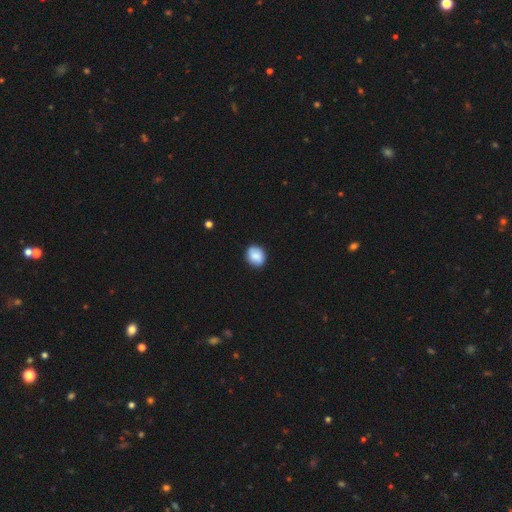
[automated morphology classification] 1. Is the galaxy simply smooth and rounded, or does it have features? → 83% smooth, 9% featured or disk, 7% star or artifact.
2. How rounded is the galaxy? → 56% round, 43% in between, 1% cigar-shaped.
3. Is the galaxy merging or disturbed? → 86% none, 11% minor disturbance, 2% major disturbance, 1% merger.